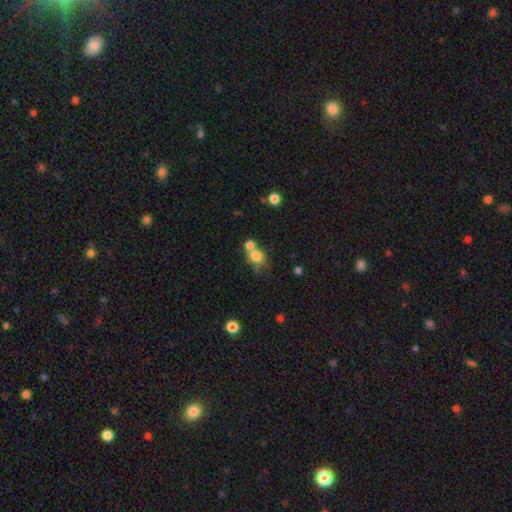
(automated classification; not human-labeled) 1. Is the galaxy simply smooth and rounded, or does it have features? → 74% smooth, 14% featured or disk, 12% star or artifact.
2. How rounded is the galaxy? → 68% round, 30% in between, 1% cigar-shaped.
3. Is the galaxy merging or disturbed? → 50% merger, 35% none, 10% minor disturbance, 6% major disturbance.